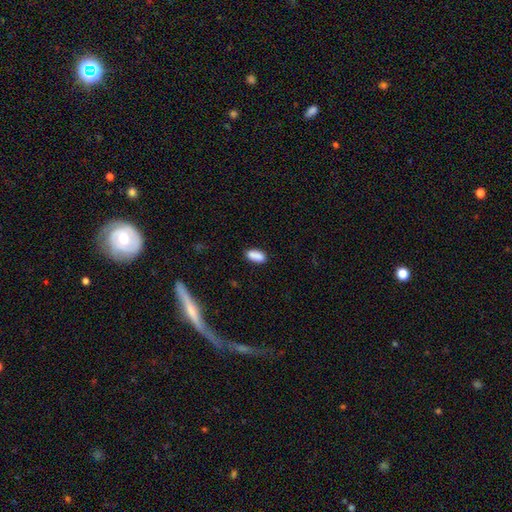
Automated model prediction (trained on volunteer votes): This is clearly a smooth galaxy (85%). How rounded: clearly in between (85%). Merging: likely none (70%).